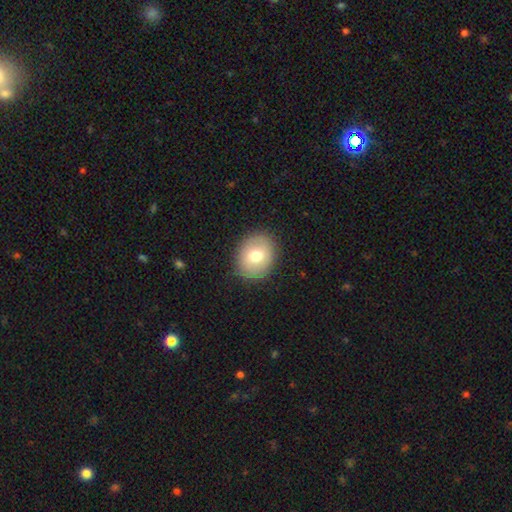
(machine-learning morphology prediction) Q: Smooth or featured?
A: smooth (72%); runner-up: featured or disk (19%)
Q: How rounded?
A: round (54%); runner-up: in between (45%)
Q: Merging?
A: none (86%); runner-up: minor disturbance (10%)